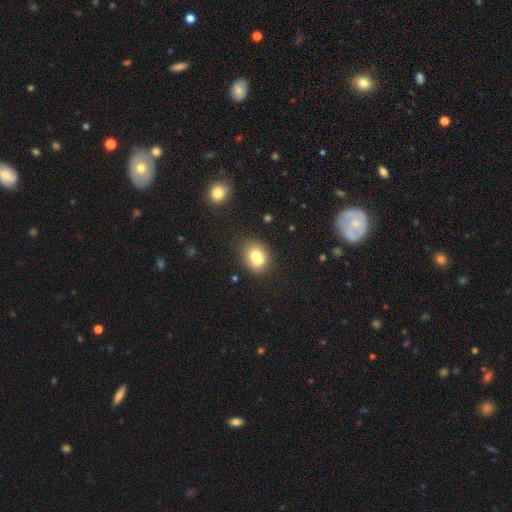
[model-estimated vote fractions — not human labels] Smooth or featured? smooth (69%)
How rounded? round (62%)
Merging? merger (47%)